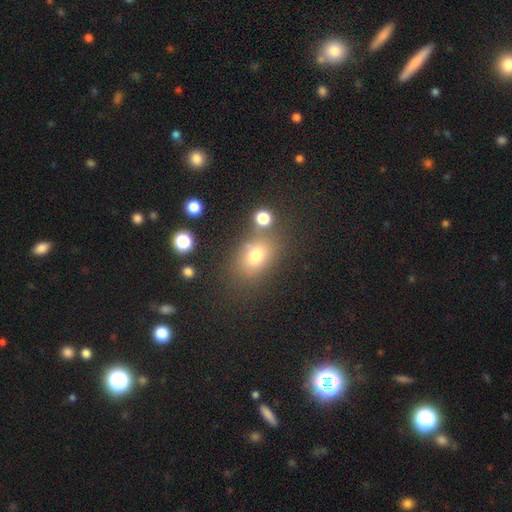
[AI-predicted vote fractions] Q: Smooth or featured?
A: smooth (73%); runner-up: star or artifact (16%)
Q: How rounded?
A: in between (65%); runner-up: round (33%)
Q: Merging?
A: none (68%); runner-up: minor disturbance (15%)